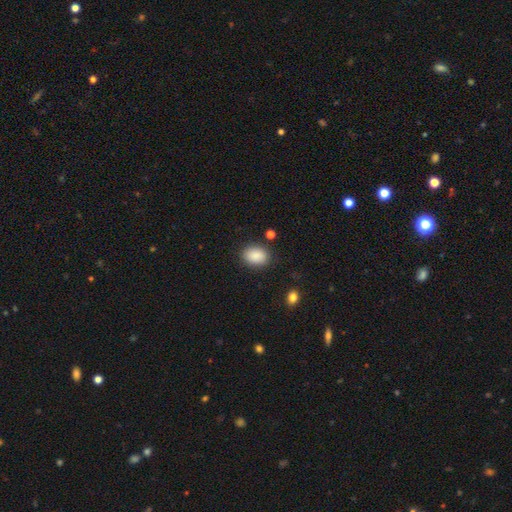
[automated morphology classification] Q: Smooth or featured?
A: smooth (89%); runner-up: star or artifact (8%)
Q: How rounded?
A: in between (69%); runner-up: round (30%)
Q: Merging?
A: none (85%); runner-up: minor disturbance (10%)